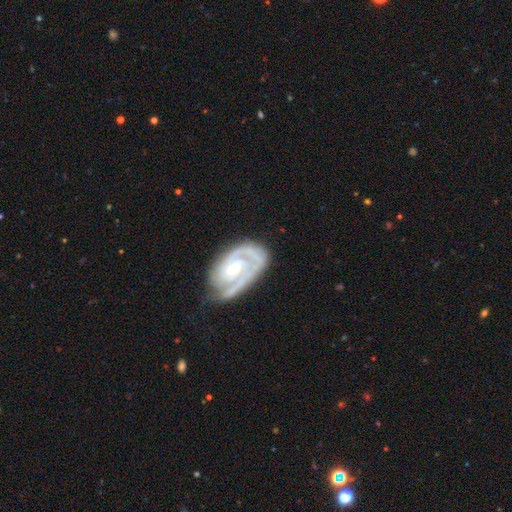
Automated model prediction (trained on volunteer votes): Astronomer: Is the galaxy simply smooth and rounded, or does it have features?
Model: featured or disk — 87%.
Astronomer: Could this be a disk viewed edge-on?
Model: no — 97%.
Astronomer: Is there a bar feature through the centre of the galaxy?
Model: no — 54% (runner-up: weak, 35%).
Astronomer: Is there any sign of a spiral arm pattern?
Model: yes — 96%.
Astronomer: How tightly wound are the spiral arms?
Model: tight — 59%.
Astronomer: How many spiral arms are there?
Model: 2 — 55%.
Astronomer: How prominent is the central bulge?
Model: small — 68%.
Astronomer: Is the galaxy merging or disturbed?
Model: none — 60%.